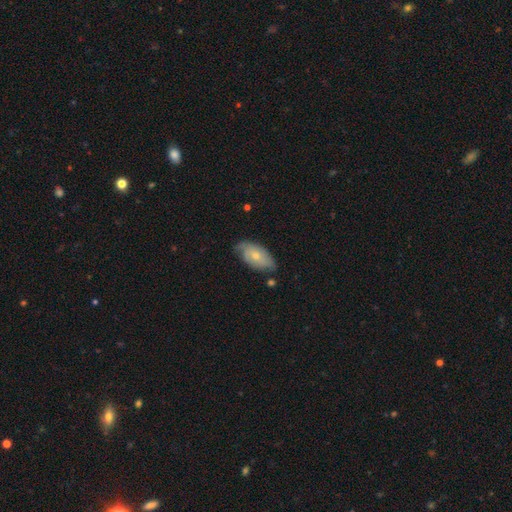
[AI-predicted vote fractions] The model was most divided on "smooth or featured": smooth: 49%, featured or disk: 45%, star or artifact: 6%. More confident: merging — none (56%).